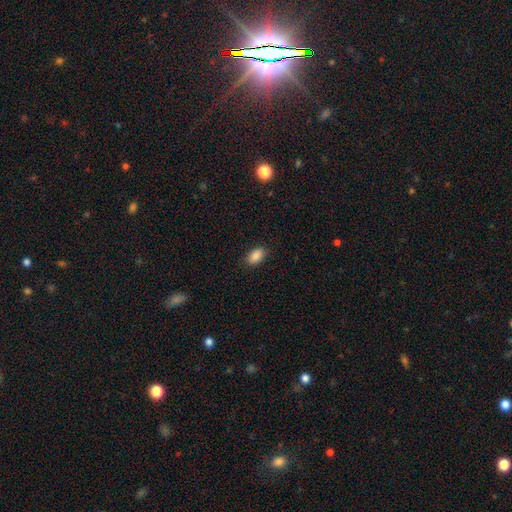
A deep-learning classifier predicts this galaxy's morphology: smooth-or-featured: smooth: 89% | star or artifact: 8% | featured or disk: 4%
  how-rounded: in between: 91% | round: 7% | cigar-shaped: 2%
  merging: none: 88% | minor disturbance: 9% | major disturbance: 2% | merger: 1%